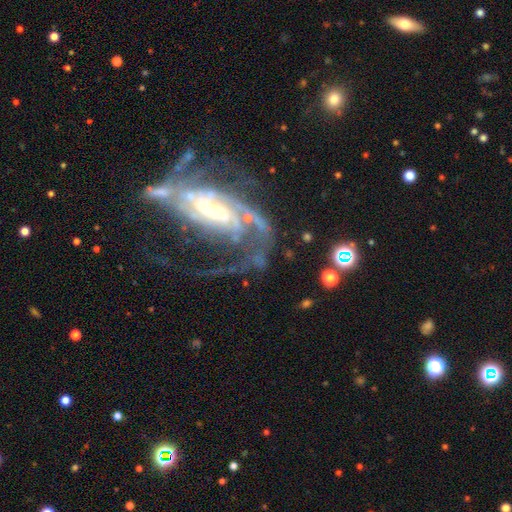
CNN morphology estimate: A featured or disk galaxy (89%) with a weak bar (40%), 2 (44%) medium (46%) spiral arms (96%) and a moderate central bulge (40%, tied with small). Merging: none (45%).